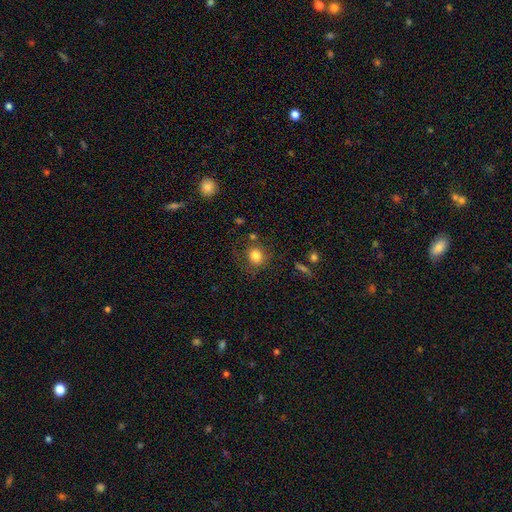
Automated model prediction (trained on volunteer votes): Smooth or featured? smooth (81%)
How rounded? round (78%)
Merging? none (74%)